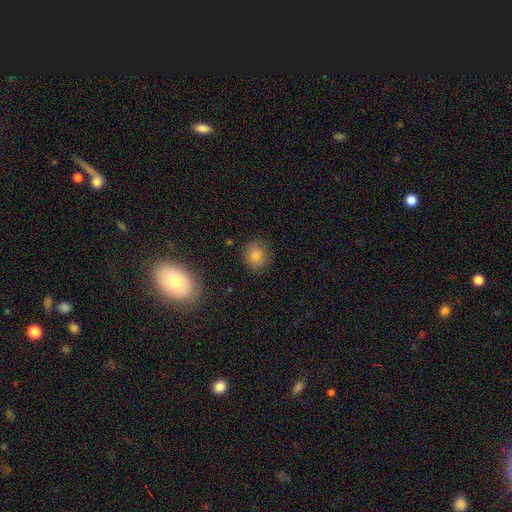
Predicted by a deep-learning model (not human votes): smooth 79%, star or artifact 12%, featured or disk 8%. Down the decision tree: how rounded — round (73%); merging — none (86%).